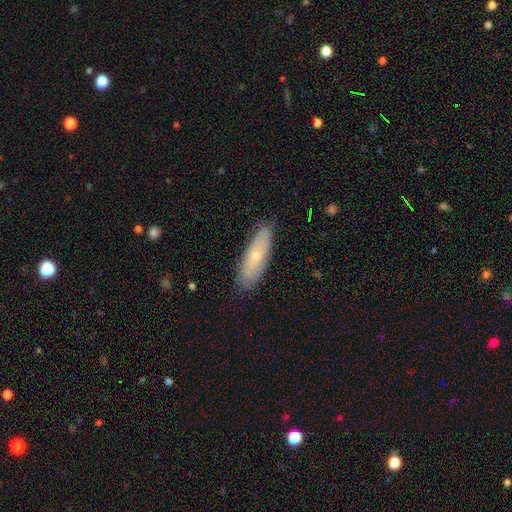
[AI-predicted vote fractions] Q: Smooth or featured?
A: smooth (54%); runner-up: featured or disk (40%)
Q: How rounded?
A: in between (56%); runner-up: cigar-shaped (42%)
Q: Merging?
A: none (82%); runner-up: minor disturbance (14%)